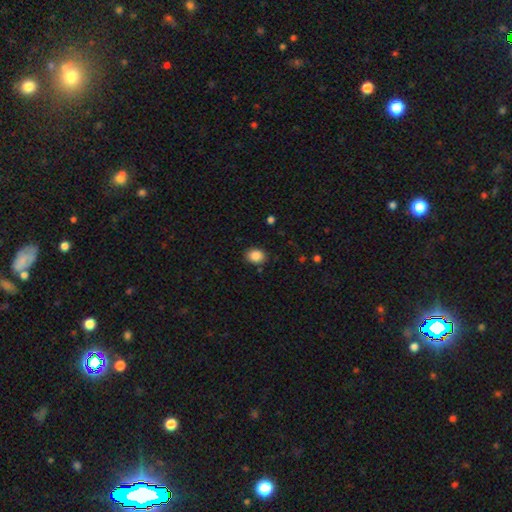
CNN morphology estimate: smooth_or_featured: smooth (p=0.87) [alt: star or artifact p=0.09]
how_rounded: in between (p=0.51) [alt: round p=0.48]
merging: none (p=0.85) [alt: minor disturbance p=0.11]